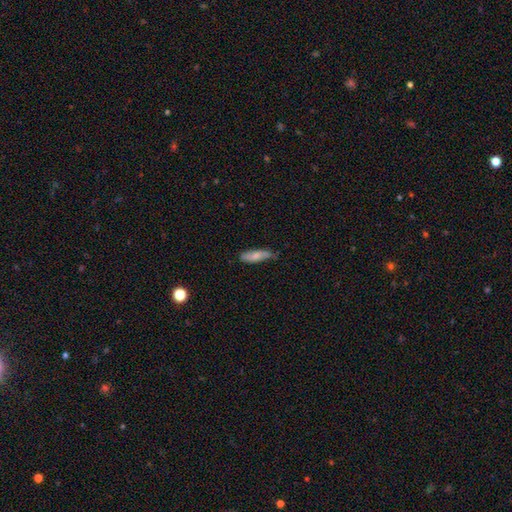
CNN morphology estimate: This is likely a smooth galaxy (69%). How rounded: possibly in between (54%). Merging: likely none (63%).